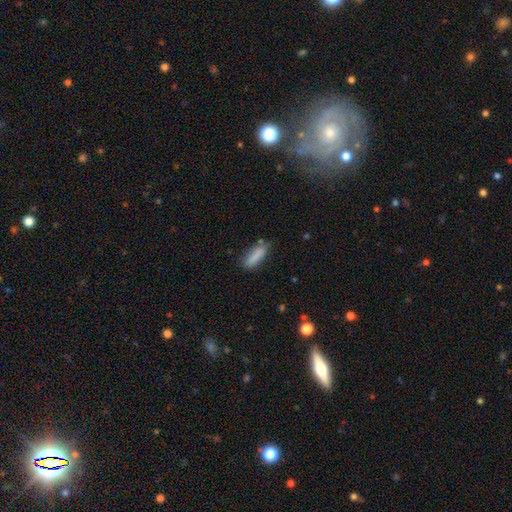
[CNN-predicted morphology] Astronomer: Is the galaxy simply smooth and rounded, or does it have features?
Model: smooth — 84%.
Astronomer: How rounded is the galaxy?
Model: cigar-shaped — 52% (runner-up: in between, 46%).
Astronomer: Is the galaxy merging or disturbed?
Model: none — 71%.